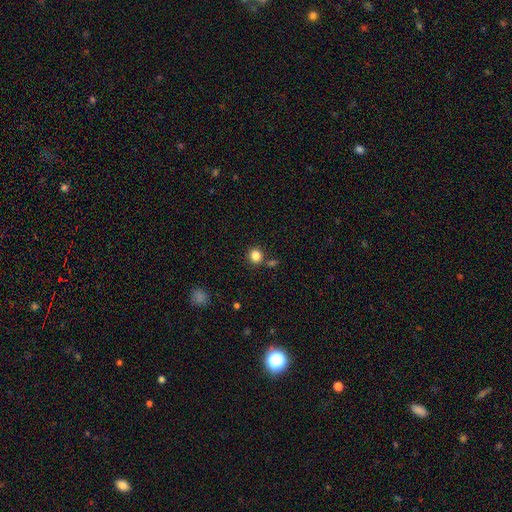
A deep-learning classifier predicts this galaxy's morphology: This is clearly a smooth galaxy (84%). How rounded: clearly round (88%). Merging: likely none (79%).